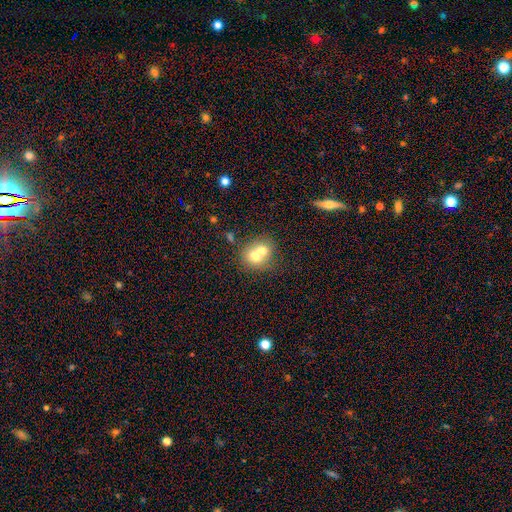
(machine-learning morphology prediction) Smooth or featured?
  - smooth: 66% *
  - featured or disk: 24%
  - star or artifact: 10%
How rounded?
  - round: 74% *
  - in between: 25%
  - cigar-shaped: 1%
Merging?
  - merger: 66% *
  - none: 27%
  - minor disturbance: 5%
  - major disturbance: 2%